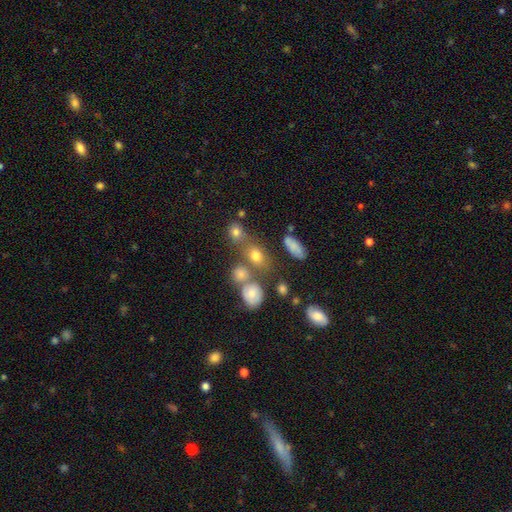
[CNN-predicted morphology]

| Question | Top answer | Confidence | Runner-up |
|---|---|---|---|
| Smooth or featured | smooth | 69% | star or artifact (16%) |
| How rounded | in between | 51% | round (45%) |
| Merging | none | 50% | merger (30%) |